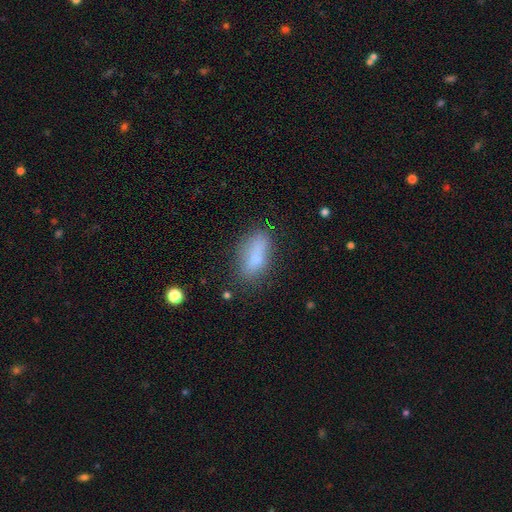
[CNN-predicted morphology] This is likely a smooth galaxy (77%). How rounded: clearly in between (80%). Merging: likely none (64%).